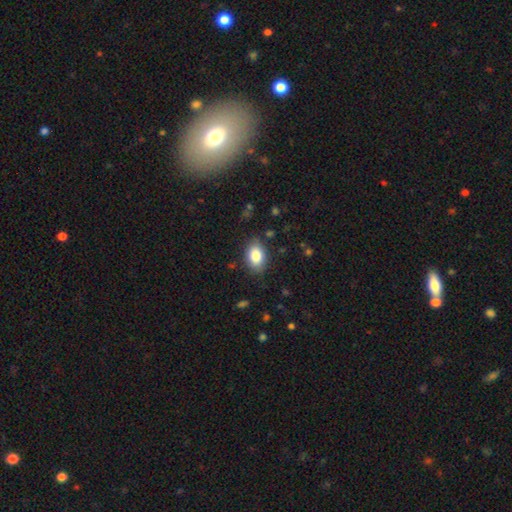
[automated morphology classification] type=smooth (85%); roundness=in between (86%); merging=none (83%).